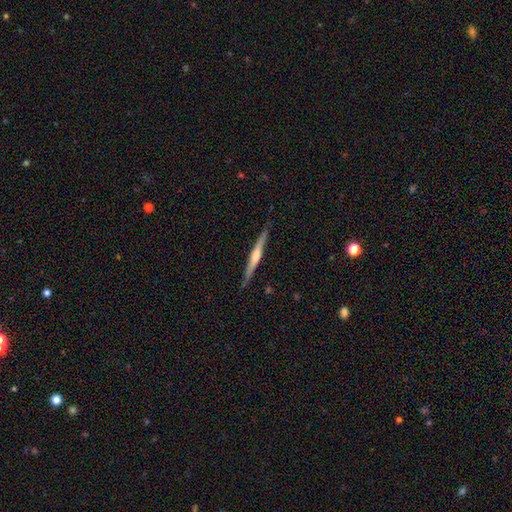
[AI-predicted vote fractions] Q: Smooth or featured?
A: featured or disk (68%); runner-up: smooth (27%)
Q: Edge-on disk?
A: yes (98%); runner-up: no (2%)
Q: Edge-on bulge?
A: rounded (68%); runner-up: none (18%)
Q: Merging?
A: none (87%); runner-up: minor disturbance (10%)